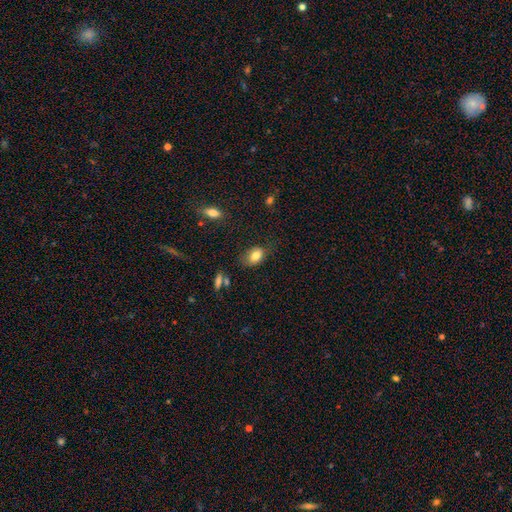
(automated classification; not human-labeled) A smooth galaxy with no disk features (81%) that is in between round and cigar-shaped (83%). Merging: none (67%).